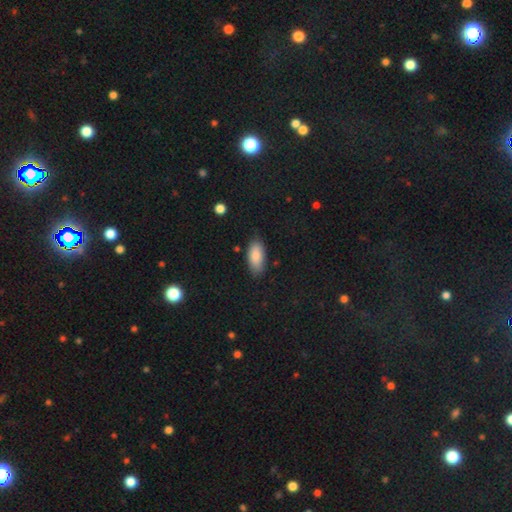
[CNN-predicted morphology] The model was most divided on "merging": none: 75%, minor disturbance: 19%, major disturbance: 4%, merger: 2%. More confident: how rounded — in between (90%); smooth or featured — smooth (85%).